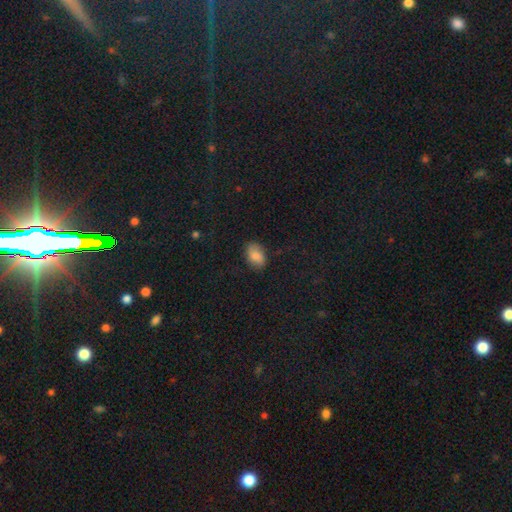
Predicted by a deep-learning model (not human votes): A smooth galaxy with no disk features (80%) that is in between round and cigar-shaped (85%).

Vote fractions:
- Smooth or featured? smooth: 80% / featured or disk: 12% / star or artifact: 8%
- How rounded? in between: 85% / round: 13% / cigar-shaped: 1%
- Merging? none: 82% / minor disturbance: 14% / major disturbance: 3% / merger: 1%